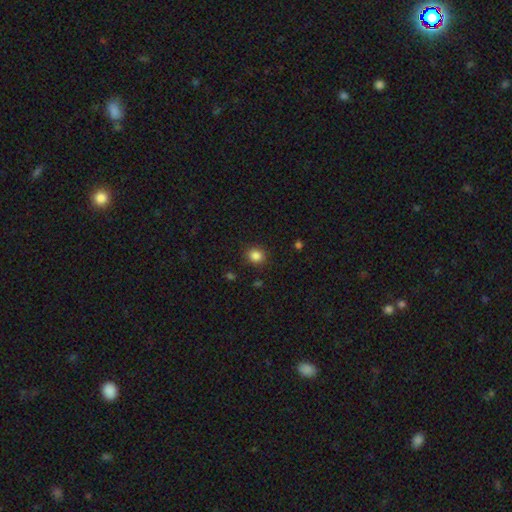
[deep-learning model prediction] smooth-or-featured: smooth: 85% | star or artifact: 11% | featured or disk: 4%
  how-rounded: round: 82% | in between: 17% | cigar-shaped: 1%
  merging: none: 89% | minor disturbance: 7% | major disturbance: 2% | merger: 1%